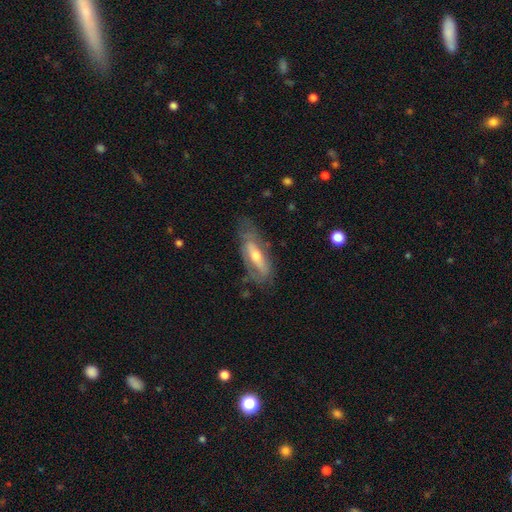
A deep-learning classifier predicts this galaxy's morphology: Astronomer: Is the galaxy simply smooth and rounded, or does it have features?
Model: featured or disk — 62%.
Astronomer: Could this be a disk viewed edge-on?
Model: no — 67%.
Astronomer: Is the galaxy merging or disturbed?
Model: none — 60%.